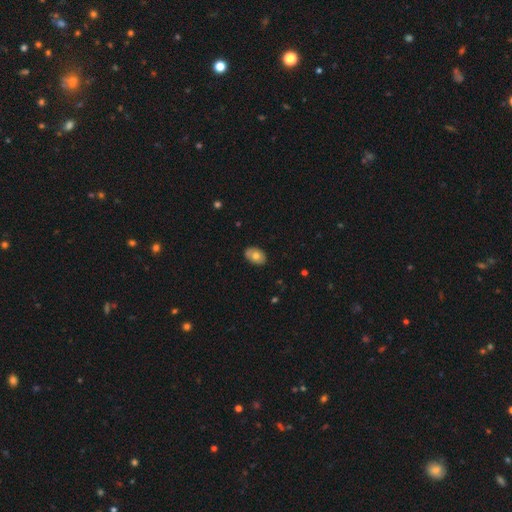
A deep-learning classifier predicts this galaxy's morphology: Smooth or featured? smooth (69%)
How rounded? in between (83%)
Merging? none (79%)